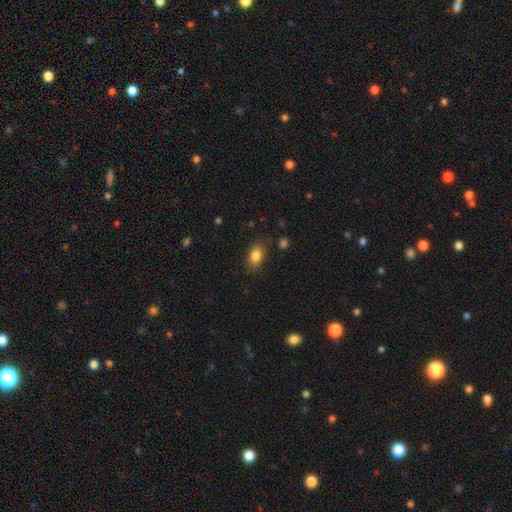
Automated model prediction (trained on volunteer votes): Smooth or featured?
  - smooth: 84% *
  - star or artifact: 9%
  - featured or disk: 7%
How rounded?
  - in between: 83% *
  - round: 14%
  - cigar-shaped: 3%
Merging?
  - none: 82% *
  - minor disturbance: 13%
  - major disturbance: 3%
  - merger: 1%